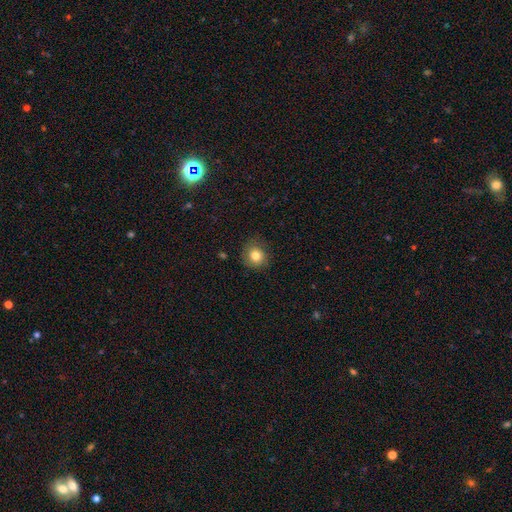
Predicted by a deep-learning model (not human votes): Smooth or featured? Predicted: smooth (p=0.81). How rounded? Predicted: round (p=0.86). Merging? Predicted: none (p=0.82).